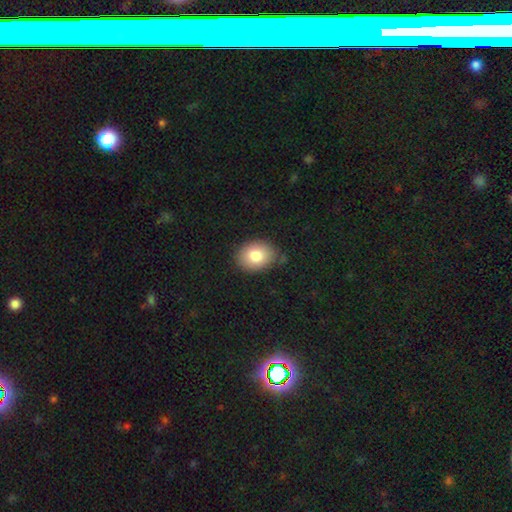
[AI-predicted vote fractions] Smooth or featured?
  - smooth: 82% *
  - featured or disk: 10%
  - star or artifact: 8%
How rounded?
  - in between: 62% *
  - round: 37%
  - cigar-shaped: 1%
Merging?
  - none: 79% *
  - minor disturbance: 16%
  - major disturbance: 3%
  - merger: 2%